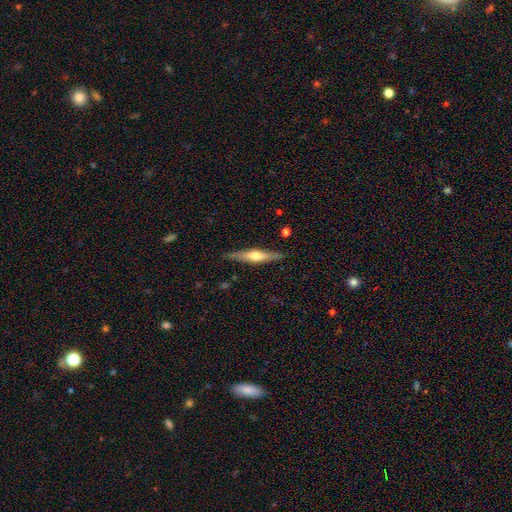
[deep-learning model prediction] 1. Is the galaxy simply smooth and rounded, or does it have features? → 59% featured or disk, 35% smooth, 6% star or artifact.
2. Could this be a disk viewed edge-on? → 95% yes, 5% no.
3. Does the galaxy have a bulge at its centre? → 88% rounded, 6% none, 6% boxy.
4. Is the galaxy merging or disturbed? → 87% none, 10% minor disturbance, 2% major disturbance, 1% merger.